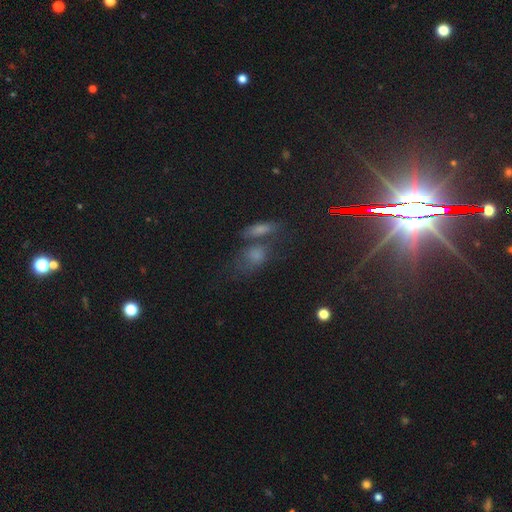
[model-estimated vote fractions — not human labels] Smooth or featured?
  - smooth: 63% *
  - star or artifact: 21%
  - featured or disk: 17%
How rounded?
  - in between: 66% *
  - round: 25%
  - cigar-shaped: 9%
Merging?
  - merger: 40% *
  - none: 34%
  - minor disturbance: 15%
  - major disturbance: 11%